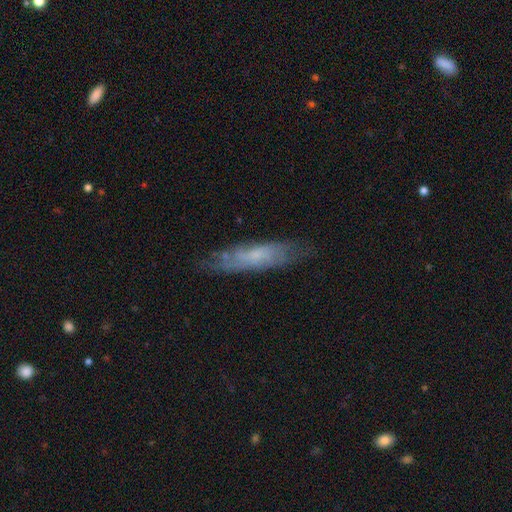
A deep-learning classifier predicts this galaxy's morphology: Smooth or featured? featured or disk (50%)
Edge-on disk? no (59%)
Merging? none (70%)